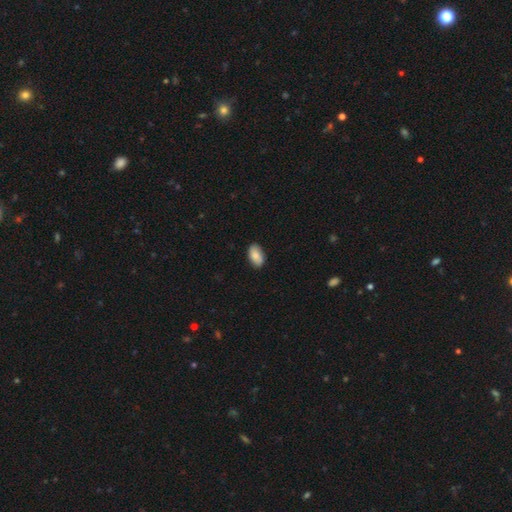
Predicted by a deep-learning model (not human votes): smooth 84%, featured or disk 9%, star or artifact 7%. Down the decision tree: how rounded — in between (94%); merging — none (85%).